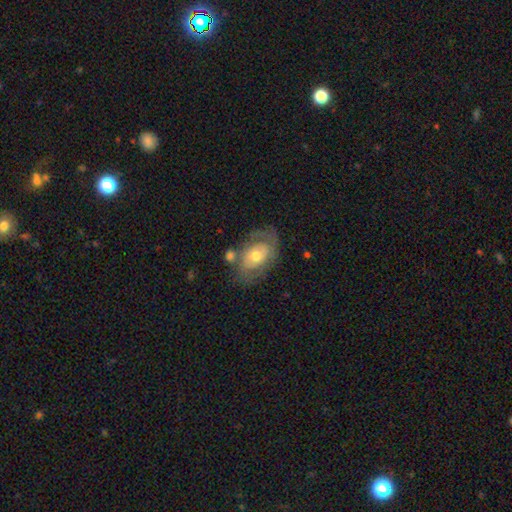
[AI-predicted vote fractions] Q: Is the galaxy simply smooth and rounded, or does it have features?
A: featured or disk — 62%.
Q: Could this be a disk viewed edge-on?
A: no — 94%.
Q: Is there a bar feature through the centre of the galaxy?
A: no — 77%.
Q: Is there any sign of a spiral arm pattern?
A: yes — 65%.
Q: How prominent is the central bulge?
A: moderate — 67%.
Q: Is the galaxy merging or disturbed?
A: none — 54%.